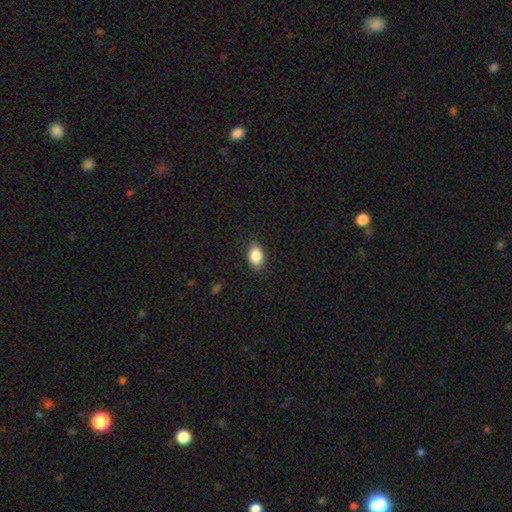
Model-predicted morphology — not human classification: smooth_or_featured: smooth (p=0.87) [alt: star or artifact p=0.08]
how_rounded: in between (p=0.83) [alt: round p=0.15]
merging: none (p=0.87) [alt: minor disturbance p=0.10]